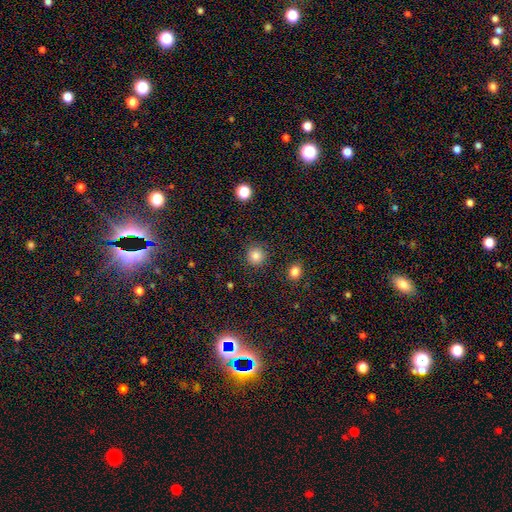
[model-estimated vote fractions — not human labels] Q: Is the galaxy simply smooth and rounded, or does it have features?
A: smooth — 84%.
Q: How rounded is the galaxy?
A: round — 93%.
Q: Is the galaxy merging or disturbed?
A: none — 89%.